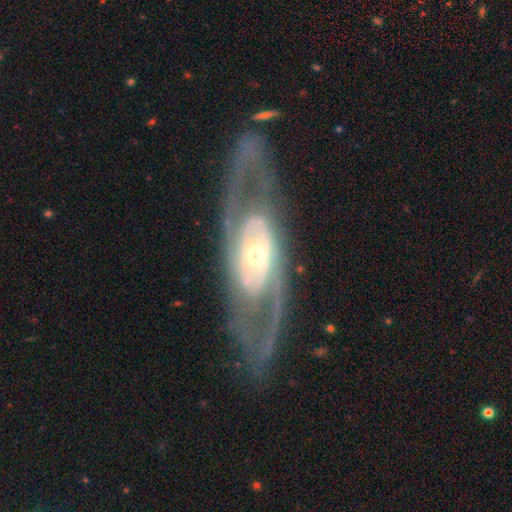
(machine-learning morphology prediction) Q: Smooth or featured?
A: featured or disk (87%); runner-up: smooth (8%)
Q: Edge-on disk?
A: no (88%); runner-up: yes (12%)
Q: Bar?
A: no (54%); runner-up: weak (27%)
Q: Spiral arms?
A: yes (86%); runner-up: no (14%)
Q: Spiral winding?
A: medium (42%); runner-up: tight (41%)
Q: Spiral arm count?
A: 2 (79%); runner-up: can't tell (12%)
Q: Bulge size?
A: small (46%); runner-up: moderate (44%)
Q: Merging?
A: none (76%); runner-up: minor disturbance (12%)